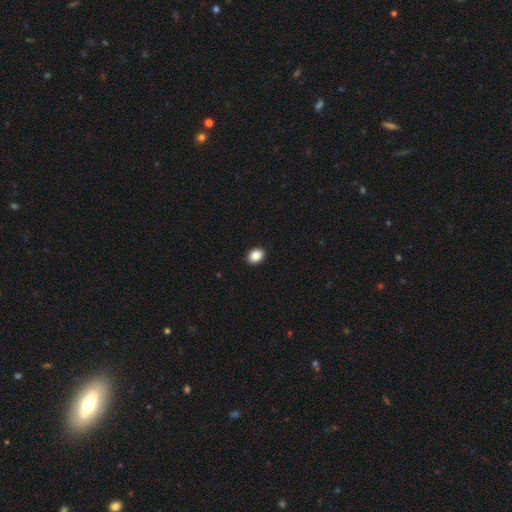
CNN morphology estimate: A smooth galaxy with no disk features (88%) that is in between round and cigar-shaped (69%).

Vote fractions:
- Smooth or featured? smooth: 88% / star or artifact: 8% / featured or disk: 4%
- How rounded? in between: 69% / round: 30% / cigar-shaped: 1%
- Merging? none: 92% / minor disturbance: 5% / major disturbance: 1% / merger: 1%